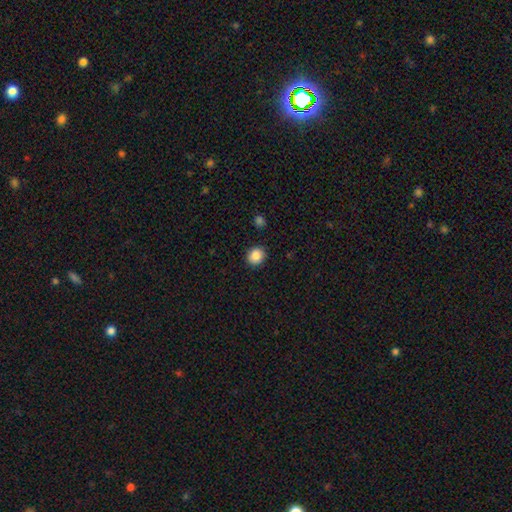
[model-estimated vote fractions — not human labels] This is clearly a smooth galaxy (87%). How rounded: likely round (78%). Merging: clearly none (90%).